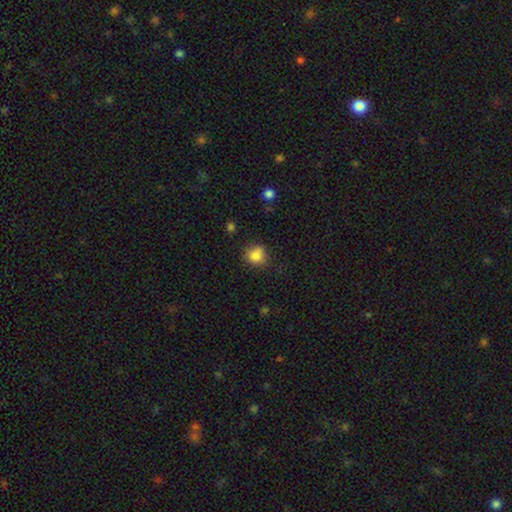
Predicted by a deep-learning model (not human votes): smooth_or_featured: smooth (p=0.82) [alt: star or artifact p=0.11]
how_rounded: round (p=0.83) [alt: in between p=0.16]
merging: none (p=0.71) [alt: minor disturbance p=0.19]